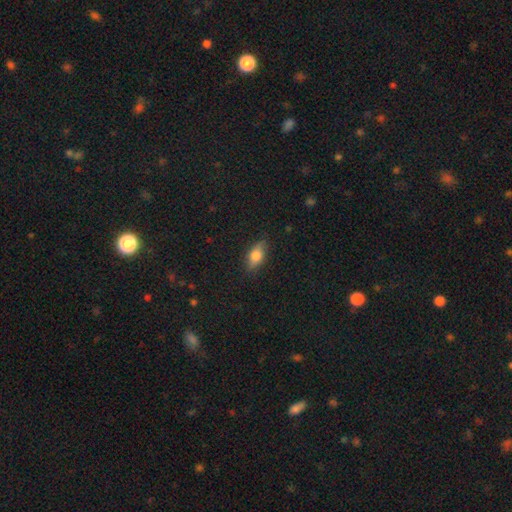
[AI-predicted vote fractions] smooth 68%, featured or disk 24%, star or artifact 9%. Down the decision tree: how rounded — in between (80%); merging — none (82%).